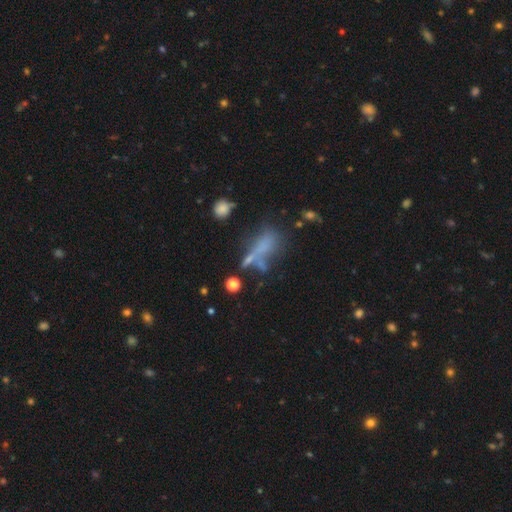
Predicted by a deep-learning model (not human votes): Smooth or featured?
  - smooth: 51% *
  - featured or disk: 30%
  - star or artifact: 19%
How rounded?
  - in between: 52% *
  - cigar-shaped: 34%
  - round: 14%
Merging?
  - none: 36% *
  - merger: 25%
  - major disturbance: 22%
  - minor disturbance: 18%